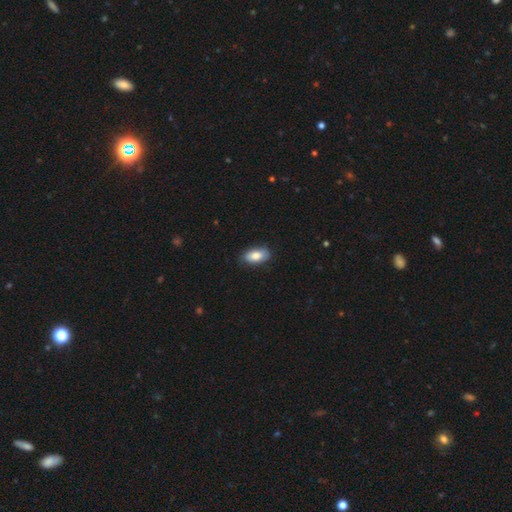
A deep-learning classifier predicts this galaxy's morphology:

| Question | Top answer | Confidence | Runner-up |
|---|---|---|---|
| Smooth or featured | smooth | 82% | featured or disk (11%) |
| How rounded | in between | 92% | round (4%) |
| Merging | none | 83% | minor disturbance (13%) |